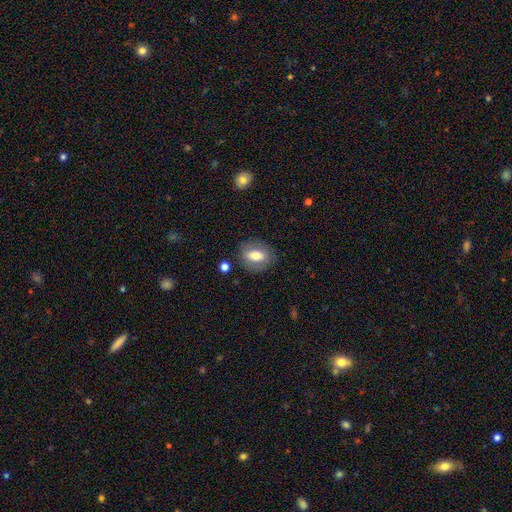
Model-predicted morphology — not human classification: Overall: smooth (68%). How rounded: in between (67%; round 31%). Merging: none (82%).